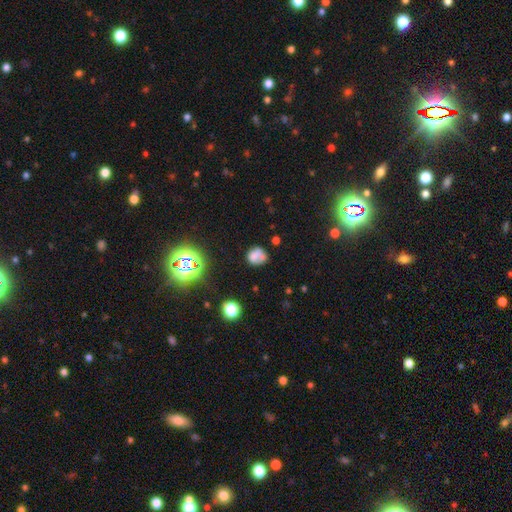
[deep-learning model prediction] This is likely a smooth galaxy (66%). How rounded: likely round (66%). Merging: possibly none (53%).